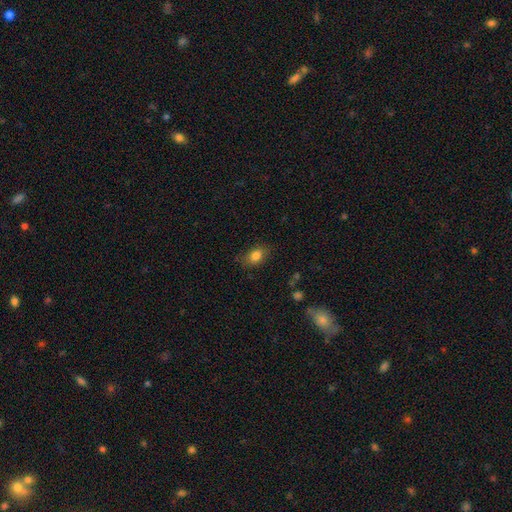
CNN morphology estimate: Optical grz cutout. It shows a smooth galaxy with no disk features (82%) that is in between round and cigar-shaped (81%). Merging: none (77%).